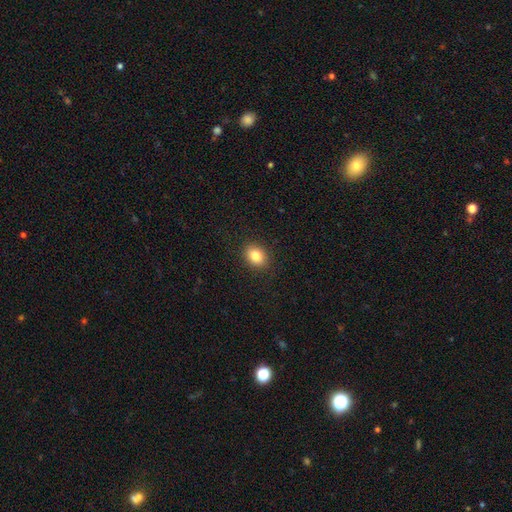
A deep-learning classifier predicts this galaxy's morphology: Smooth or featured: smooth — 83% (star or artifact — 9%)
How rounded: in between — 60% (round — 39%)
Merging: none — 90% (minor disturbance — 7%)